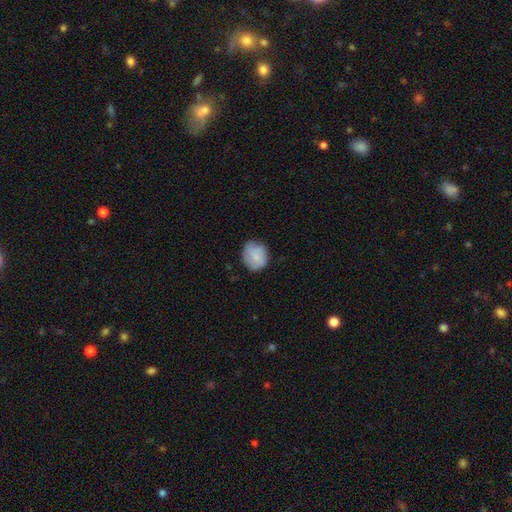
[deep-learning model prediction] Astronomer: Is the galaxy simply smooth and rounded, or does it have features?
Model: smooth — 76%.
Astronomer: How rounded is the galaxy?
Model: round — 76%.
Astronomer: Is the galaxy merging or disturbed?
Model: none — 70%.